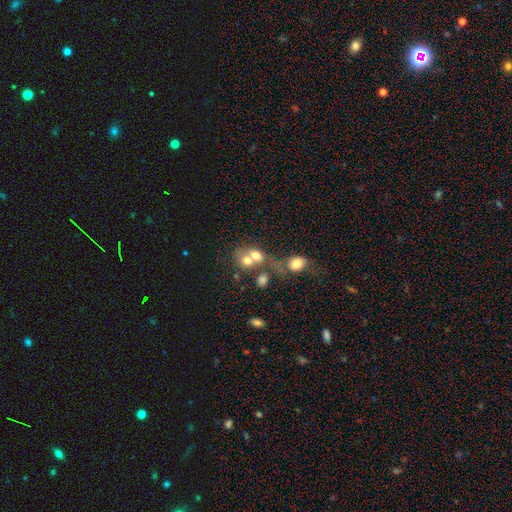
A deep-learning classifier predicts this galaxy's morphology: type=smooth (65%); roundness=round (54%); merging=merger (61%).